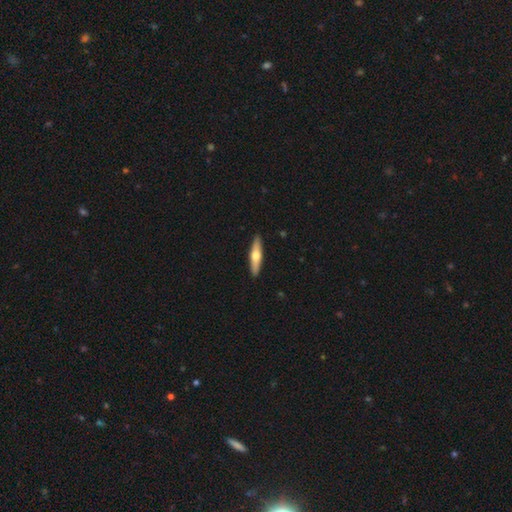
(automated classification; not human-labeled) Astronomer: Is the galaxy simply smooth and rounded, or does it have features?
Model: featured or disk — 50% (runner-up: smooth, 46%).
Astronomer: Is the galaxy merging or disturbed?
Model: none — 92%.